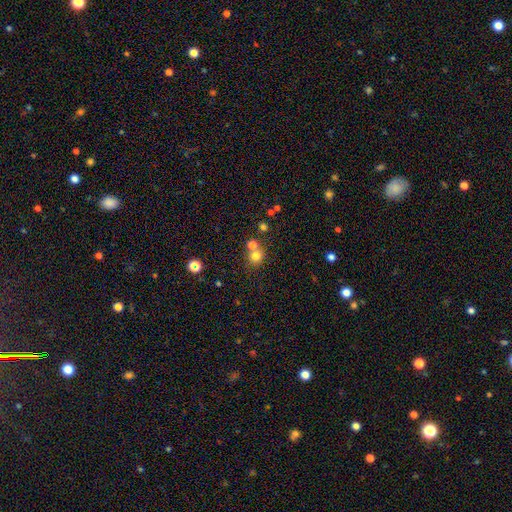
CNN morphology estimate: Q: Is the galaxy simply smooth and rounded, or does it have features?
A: smooth — 76%.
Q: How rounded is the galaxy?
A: round — 84%.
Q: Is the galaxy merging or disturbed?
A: none — 53%.